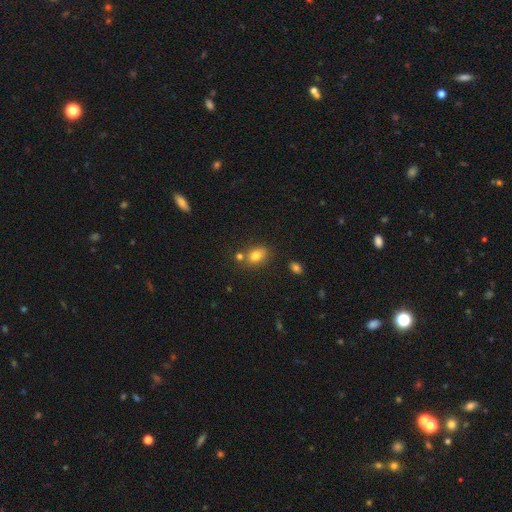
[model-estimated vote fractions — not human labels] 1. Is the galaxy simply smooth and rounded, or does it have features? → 80% smooth, 11% star or artifact, 9% featured or disk.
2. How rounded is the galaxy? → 72% in between, 26% round, 2% cigar-shaped.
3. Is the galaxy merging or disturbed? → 65% none, 16% merger, 14% minor disturbance, 4% major disturbance.